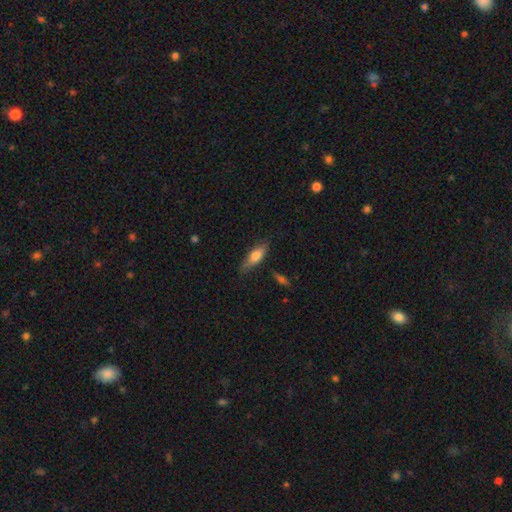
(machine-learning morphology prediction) This appears to be a smooth galaxy with no disk features (64%) that is in between round and cigar-shaped (57%). Merging: none (74%).